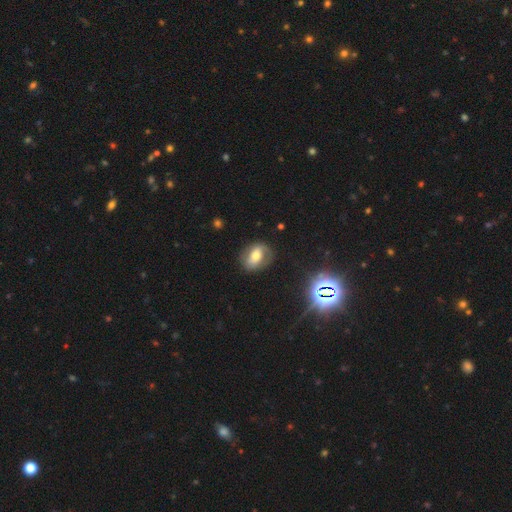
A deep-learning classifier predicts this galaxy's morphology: Smooth or featured?
  - featured or disk: 48% *
  - smooth: 41%
  - star or artifact: 11%
Merging?
  - none: 74% *
  - minor disturbance: 17%
  - major disturbance: 7%
  - merger: 2%